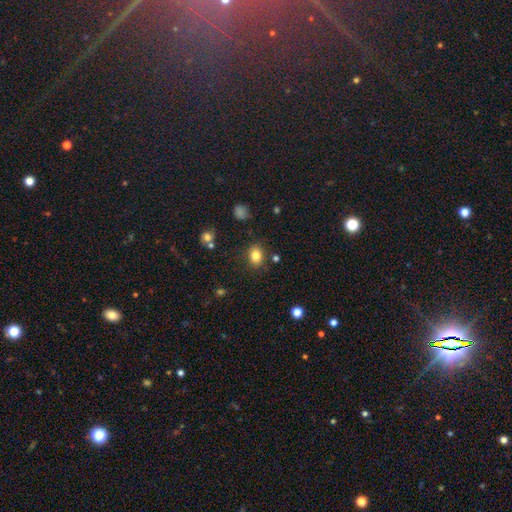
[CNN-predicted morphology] The model was most divided on "how rounded": in between: 59%, round: 40%, cigar-shaped: 1%. More confident: merging — none (82%); smooth or featured — smooth (82%).